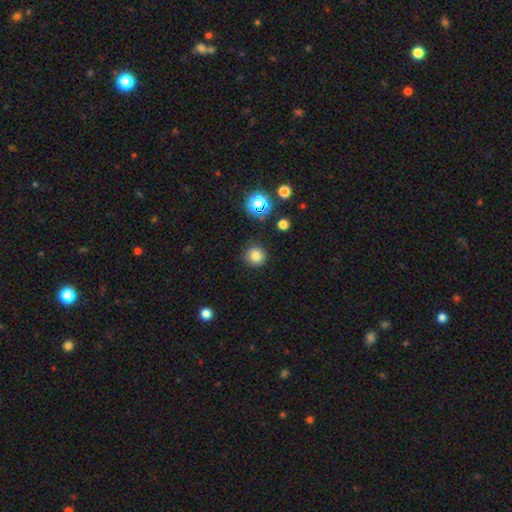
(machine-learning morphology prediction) Smooth or featured? Predicted: smooth (p=0.81). How rounded? Predicted: round (p=0.94). Merging? Predicted: none (p=0.88).